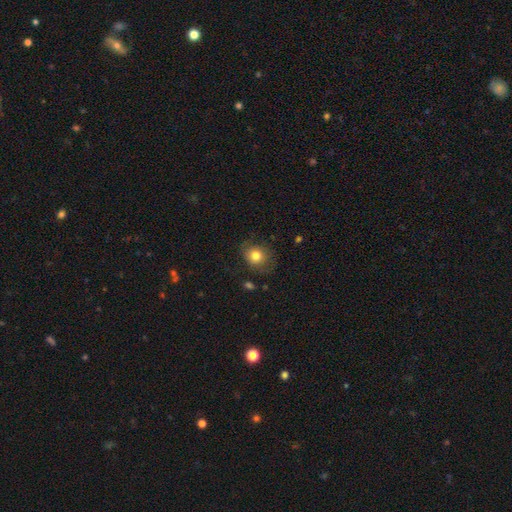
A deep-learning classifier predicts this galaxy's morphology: Overall: smooth (78%). How rounded: round (66%; in between 33%). Merging: none (70%).